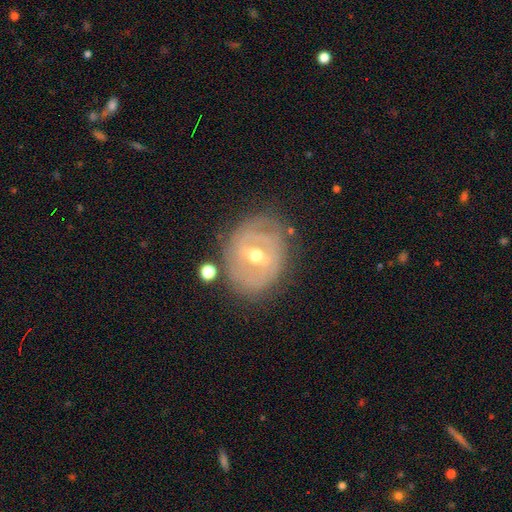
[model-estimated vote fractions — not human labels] The model was most divided on "bar": weak: 46%, strong: 37%, no: 17%. Remaining: edge-on disk — no (95%); smooth or featured — featured or disk (76%); merging — none (75%); spiral arms — yes (72%); bulge size — moderate (64%); spiral winding — tight (62%); spiral arm count — 2 (46%).